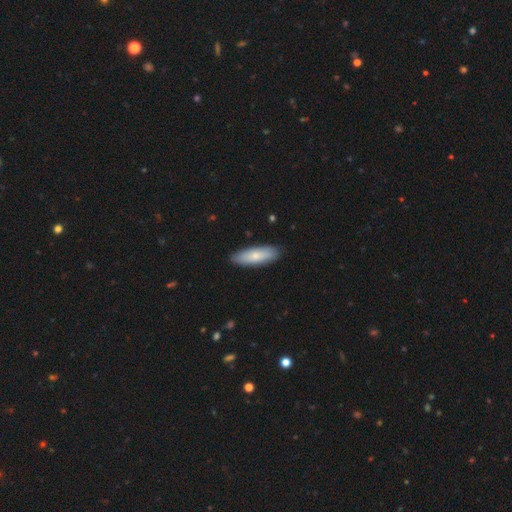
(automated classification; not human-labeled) Smooth or featured? Predicted: smooth (p=0.75). How rounded? Predicted: in between (p=0.56). Merging? Predicted: none (p=0.88).